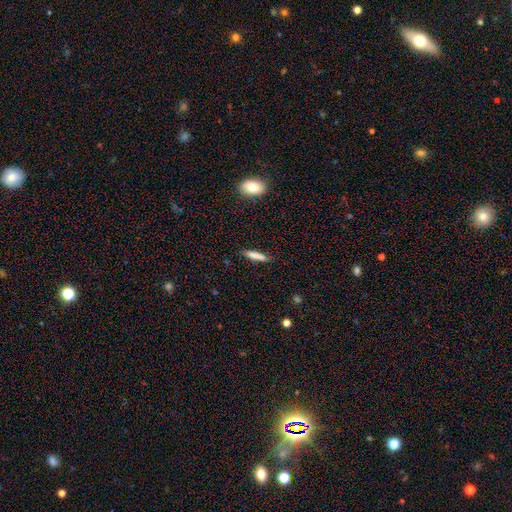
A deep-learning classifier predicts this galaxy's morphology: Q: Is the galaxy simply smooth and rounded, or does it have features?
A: smooth — 79%.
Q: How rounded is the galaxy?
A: cigar-shaped — 86%.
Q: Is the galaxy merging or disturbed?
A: none — 86%.